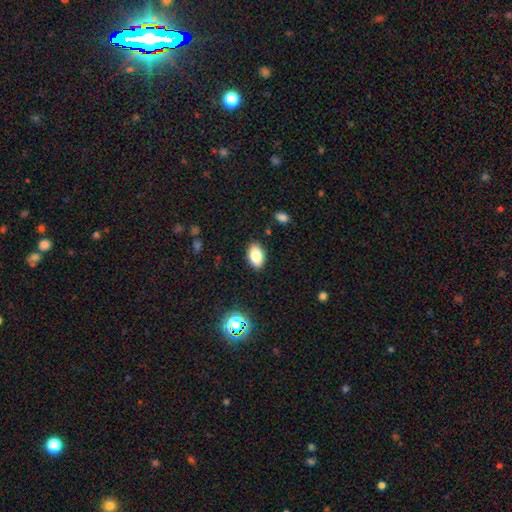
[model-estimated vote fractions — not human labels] This is clearly a smooth galaxy (82%). How rounded: clearly in between (90%). Merging: clearly none (88%).